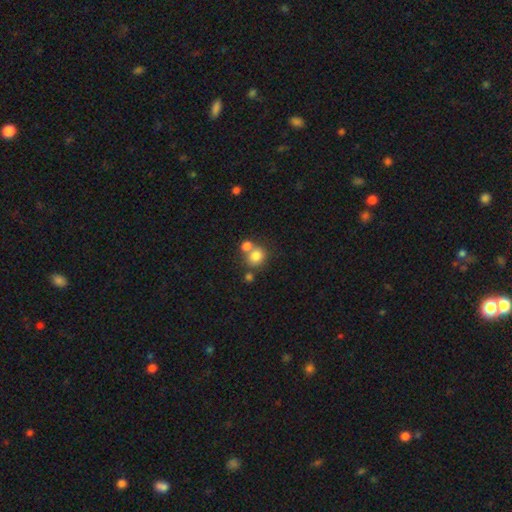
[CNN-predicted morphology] A smooth galaxy with no disk features (79%) that is round (78%). Merging: none (48%).